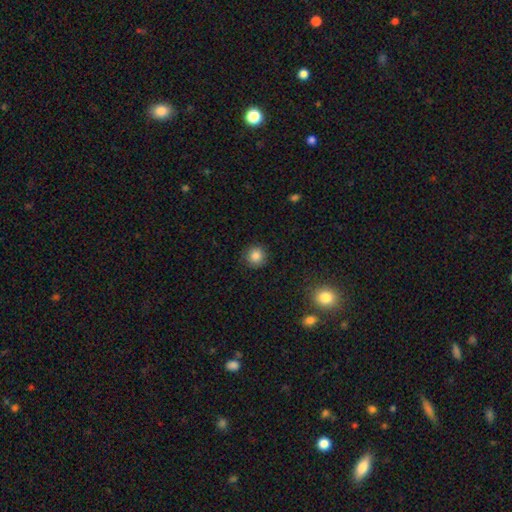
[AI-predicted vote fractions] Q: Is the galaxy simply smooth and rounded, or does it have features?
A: smooth — 84%.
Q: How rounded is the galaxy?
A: round — 94%.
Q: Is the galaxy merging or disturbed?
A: none — 90%.